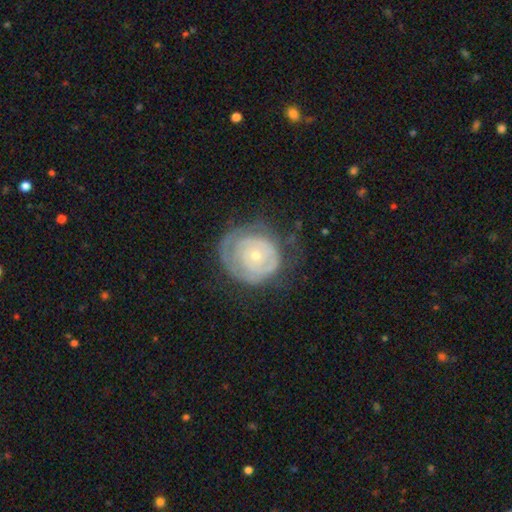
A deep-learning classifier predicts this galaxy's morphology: This is likely a featured or disk galaxy (73%). It is clearly not viewed edge-on (97%). Bar: clearly no (85%). Spiral arm pattern: likely yes (76%). Spiral arm count: possibly can't tell (48%). Spiral winding: likely tight (78%). Central bulge: likely small (68%). Merging: possibly none (59%).